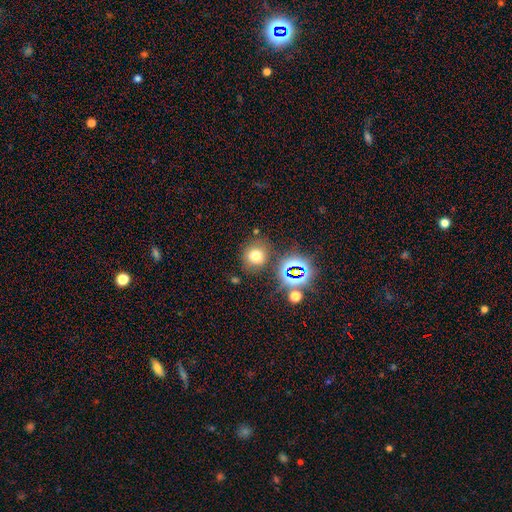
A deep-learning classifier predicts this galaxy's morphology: type=smooth (66%); roundness=round (83%); merging=none (76%).